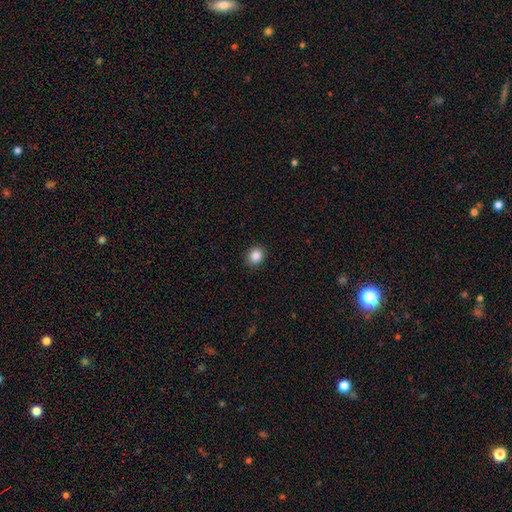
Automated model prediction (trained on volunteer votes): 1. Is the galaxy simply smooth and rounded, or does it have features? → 87% smooth, 10% star or artifact, 4% featured or disk.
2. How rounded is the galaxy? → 69% round, 30% in between, 1% cigar-shaped.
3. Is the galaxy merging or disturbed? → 89% none, 8% minor disturbance, 2% major disturbance, 1% merger.